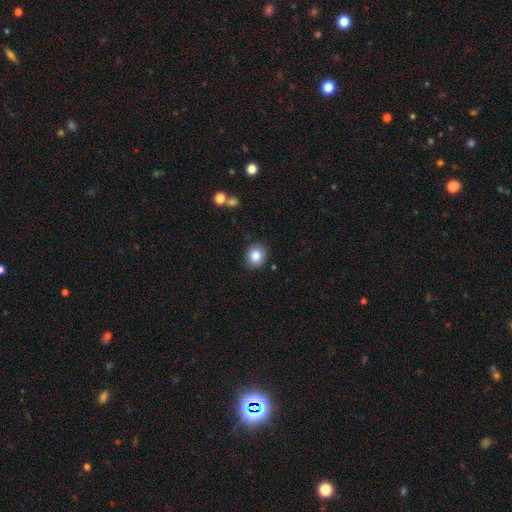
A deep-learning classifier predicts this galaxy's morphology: A smooth galaxy with no disk features (84%) that is round (84%).

Vote fractions:
- Smooth or featured? smooth: 84% / star or artifact: 10% / featured or disk: 7%
- How rounded? round: 84% / in between: 15% / cigar-shaped: 1%
- Merging? none: 89% / minor disturbance: 7% / major disturbance: 2% / merger: 2%